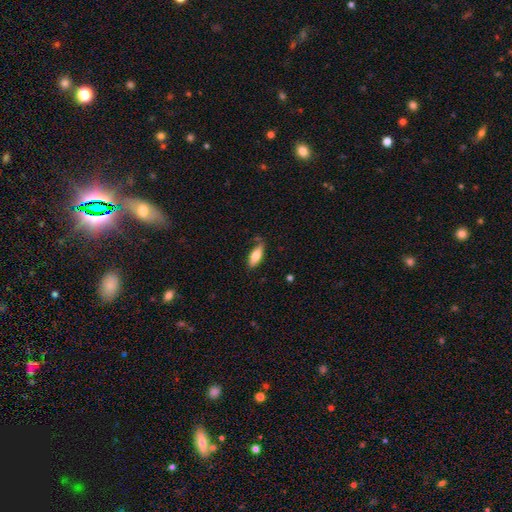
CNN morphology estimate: Smooth or featured?
  - smooth: 77% *
  - featured or disk: 16%
  - star or artifact: 6%
How rounded?
  - in between: 73% *
  - cigar-shaped: 25%
  - round: 2%
Merging?
  - none: 66% *
  - minor disturbance: 25%
  - major disturbance: 6%
  - merger: 3%